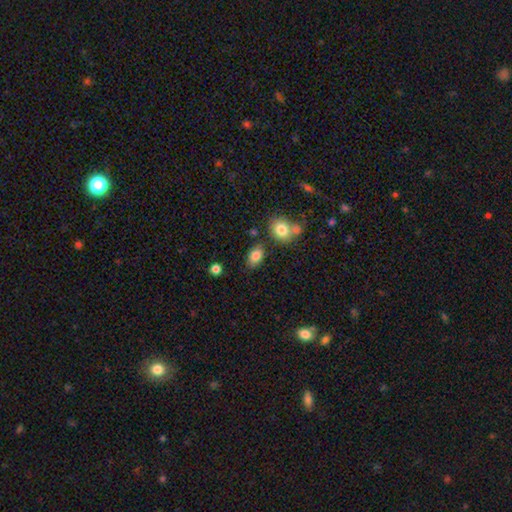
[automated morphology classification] smooth-or-featured: smooth: 84% | star or artifact: 9% | featured or disk: 7%
  how-rounded: in between: 85% | round: 14% | cigar-shaped: 2%
  merging: none: 73% | minor disturbance: 15% | merger: 8% | major disturbance: 4%